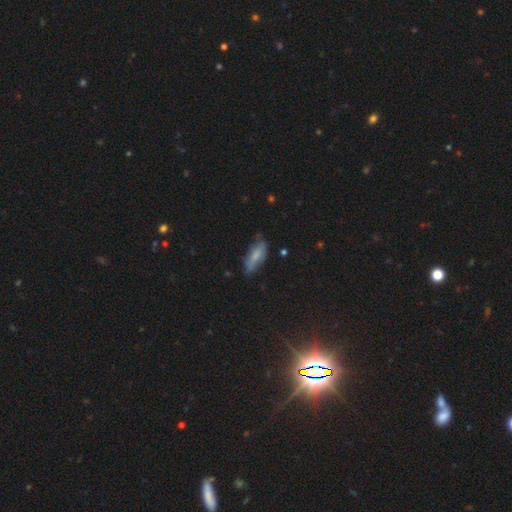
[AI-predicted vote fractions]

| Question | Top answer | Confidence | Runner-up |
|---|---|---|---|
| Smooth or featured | smooth | 68% | featured or disk (24%) |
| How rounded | in between | 66% | cigar-shaped (32%) |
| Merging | none | 58% | minor disturbance (31%) |